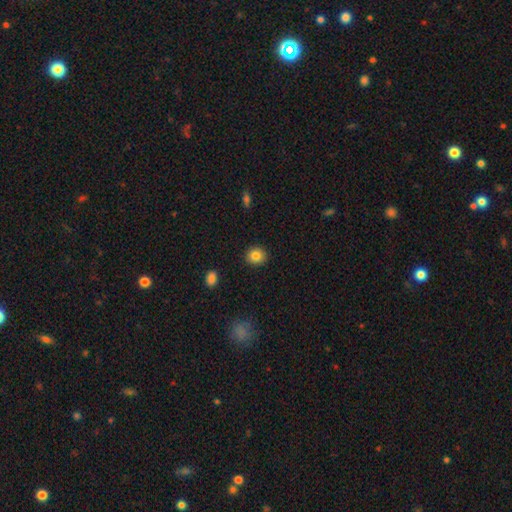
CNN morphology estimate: Smooth or featured: smooth — 84% (star or artifact — 10%)
How rounded: round — 81% (in between — 18%)
Merging: none — 91% (minor disturbance — 6%)